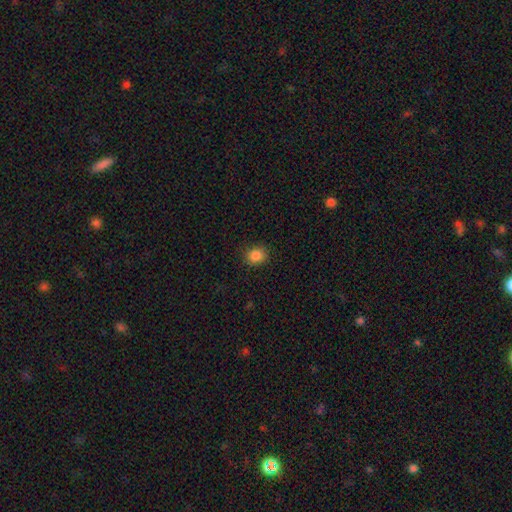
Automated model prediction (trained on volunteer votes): Smooth or featured: smooth — 85% (star or artifact — 11%)
How rounded: round — 70% (in between — 29%)
Merging: none — 89% (minor disturbance — 8%)